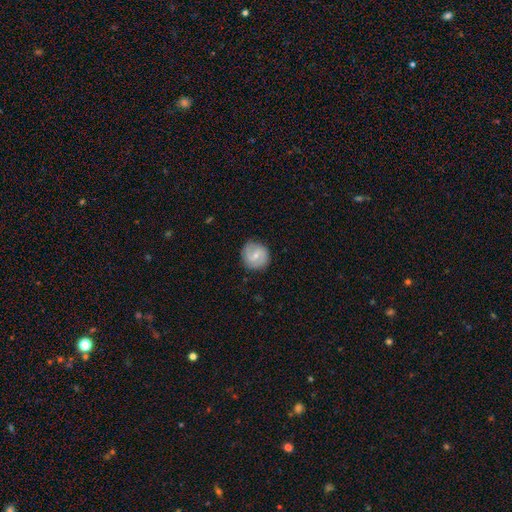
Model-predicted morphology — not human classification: type=featured or disk (56%); edge-on=no (97%); bar=weak (51%); spiral arms=yes (83%); bulge=small (57%); merging=none (83%).